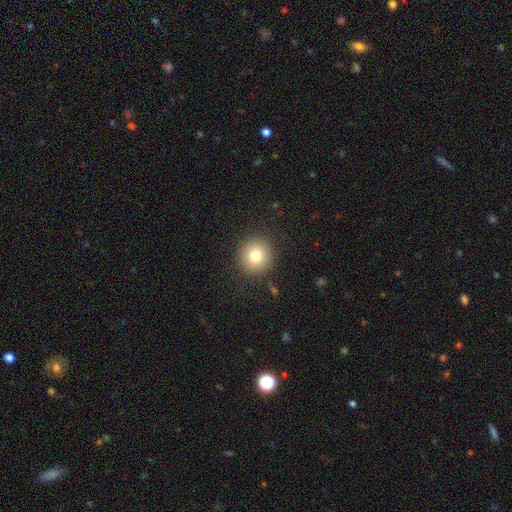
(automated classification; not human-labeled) Morphology: type=smooth (78%); roundness=round (94%); merging=none (90%).